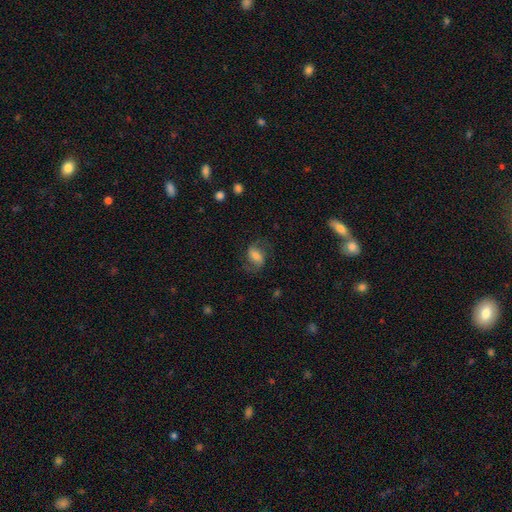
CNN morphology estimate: Smooth or featured? featured or disk (53%)
Edge-on disk? no (95%)
Bar? weak (41%)
Spiral arms? yes (88%)
Bulge size? moderate (43%)
Merging? none (67%)